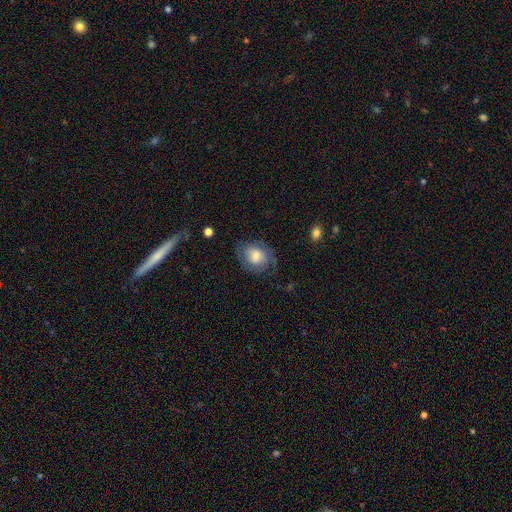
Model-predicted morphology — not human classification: A smooth galaxy with no disk features (56%) that is in between round and cigar-shaped (60%).

Vote fractions:
- Smooth or featured? smooth: 56% / featured or disk: 36% / star or artifact: 8%
- How rounded? in between: 60% / round: 38% / cigar-shaped: 1%
- Merging? none: 62% / minor disturbance: 24% / major disturbance: 13% / merger: 1%